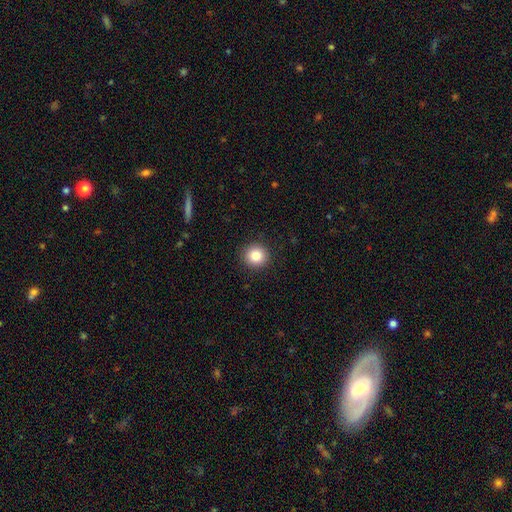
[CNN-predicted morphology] smooth-or-featured: smooth: 84% | star or artifact: 10% | featured or disk: 6%
  how-rounded: round: 93% | in between: 6% | cigar-shaped: 1%
  merging: none: 92% | minor disturbance: 5% | major disturbance: 2% | merger: 1%